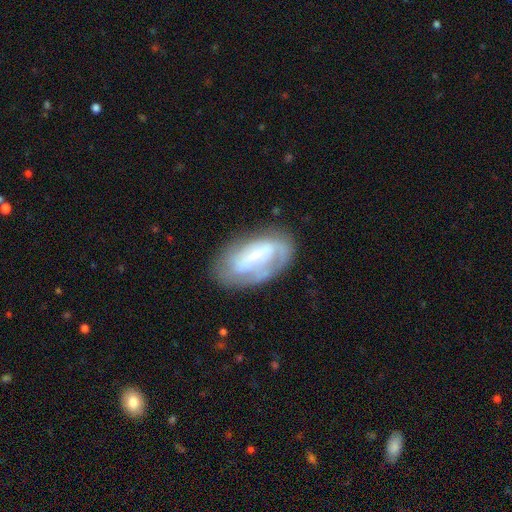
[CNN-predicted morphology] This is likely a featured or disk galaxy (67%). It is clearly not viewed edge-on (95%). Bar: marginally no (39%). Spiral arm pattern: likely yes (77%). Central bulge: likely small (68%). Merging: likely none (66%).